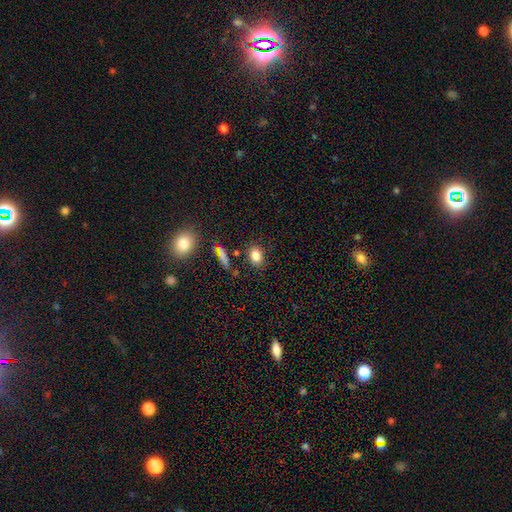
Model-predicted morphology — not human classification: A smooth galaxy with no disk features (82%) that is in between round and cigar-shaped (60%).

Vote fractions:
- Smooth or featured? smooth: 82% / star or artifact: 11% / featured or disk: 7%
- How rounded? in between: 60% / round: 38% / cigar-shaped: 2%
- Merging? none: 82% / minor disturbance: 11% / merger: 4% / major disturbance: 3%